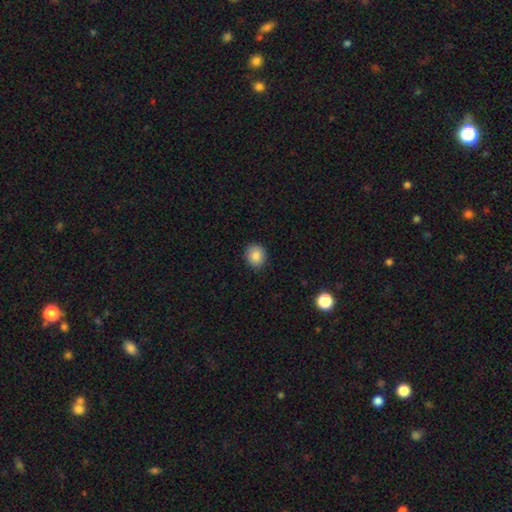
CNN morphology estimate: Q: Smooth or featured?
A: smooth (85%); runner-up: star or artifact (9%)
Q: How rounded?
A: round (75%); runner-up: in between (24%)
Q: Merging?
A: none (88%); runner-up: minor disturbance (9%)